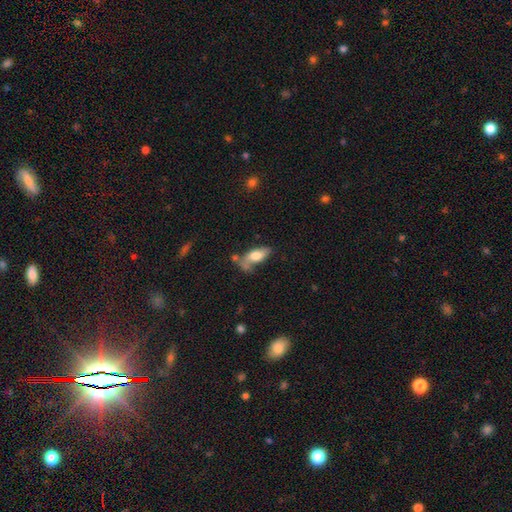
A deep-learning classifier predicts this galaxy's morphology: smooth-or-featured: smooth: 66% | featured or disk: 26% | star or artifact: 8%
  how-rounded: in between: 82% | cigar-shaped: 15% | round: 4%
  merging: none: 38% | minor disturbance: 25% | merger: 19% | major disturbance: 17%